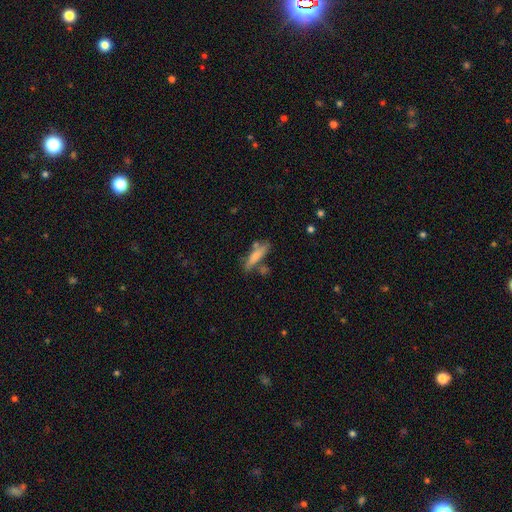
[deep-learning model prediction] smooth-or-featured: smooth: 68% | featured or disk: 26% | star or artifact: 7%
  how-rounded: cigar-shaped: 76% | in between: 22% | round: 2%
  merging: none: 61% | minor disturbance: 19% | merger: 14% | major disturbance: 6%